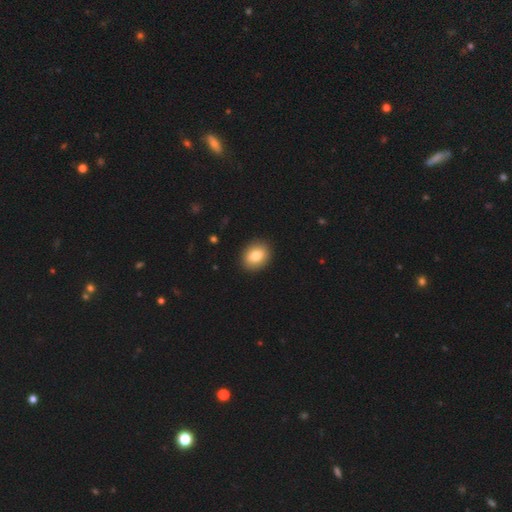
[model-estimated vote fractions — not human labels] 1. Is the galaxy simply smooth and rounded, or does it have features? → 80% smooth, 12% featured or disk, 8% star or artifact.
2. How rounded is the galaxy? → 56% in between, 42% round, 1% cigar-shaped.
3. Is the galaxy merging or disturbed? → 91% none, 6% minor disturbance, 2% major disturbance, 1% merger.